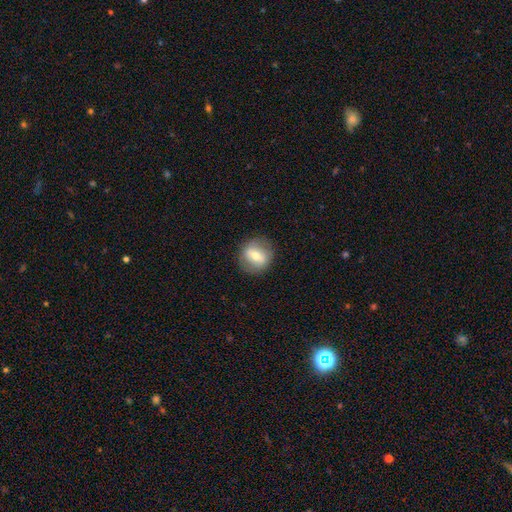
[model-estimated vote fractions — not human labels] Overall: smooth (54%; featured or disk 38%). How rounded: round (78%). Merging: none (85%).